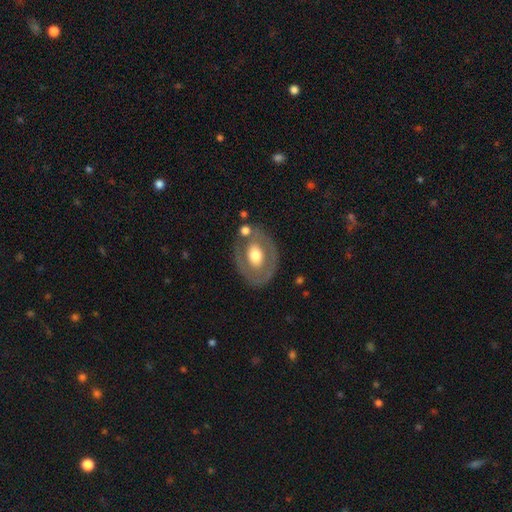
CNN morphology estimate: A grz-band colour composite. It shows a featured or disk galaxy (62%) with no bar (71%), no spiral arms (63%) and a moderate central bulge (64%). Merging: none (74%).